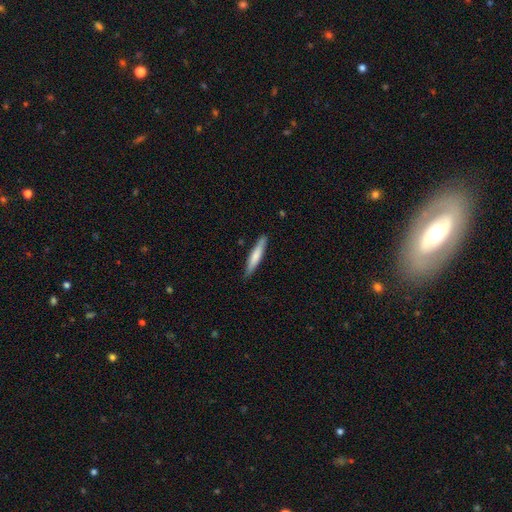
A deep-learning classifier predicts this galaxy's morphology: Smooth or featured? smooth (67%)
How rounded? cigar-shaped (91%)
Merging? none (87%)